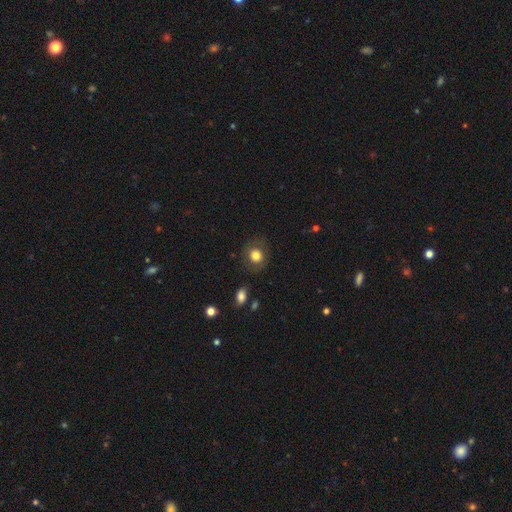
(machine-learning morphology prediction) smooth-or-featured: smooth: 78% | featured or disk: 13% | star or artifact: 9%
  how-rounded: round: 75% | in between: 24% | cigar-shaped: 1%
  merging: none: 80% | minor disturbance: 12% | major disturbance: 6% | merger: 1%